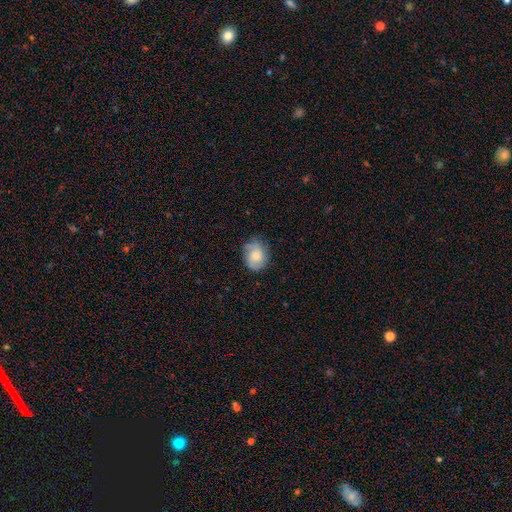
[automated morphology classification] Smooth or featured?
  - smooth: 59% *
  - featured or disk: 33%
  - star or artifact: 8%
How rounded?
  - in between: 55% *
  - round: 44%
  - cigar-shaped: 1%
Merging?
  - none: 65% *
  - minor disturbance: 26%
  - major disturbance: 8%
  - merger: 1%